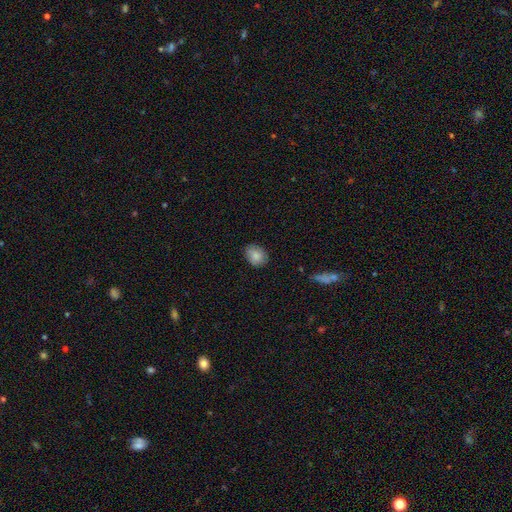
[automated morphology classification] smooth 85%, featured or disk 8%, star or artifact 8%. Down the decision tree: how rounded — in between (54%); merging — none (79%).